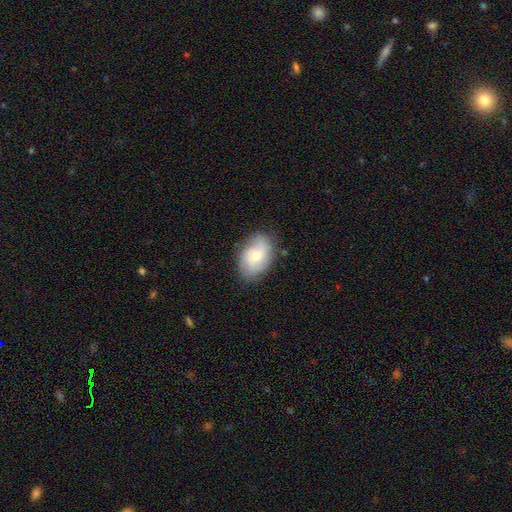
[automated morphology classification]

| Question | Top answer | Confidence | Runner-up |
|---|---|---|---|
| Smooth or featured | smooth | 51% | featured or disk (42%) |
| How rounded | in between | 86% | round (13%) |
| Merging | none | 77% | minor disturbance (18%) |